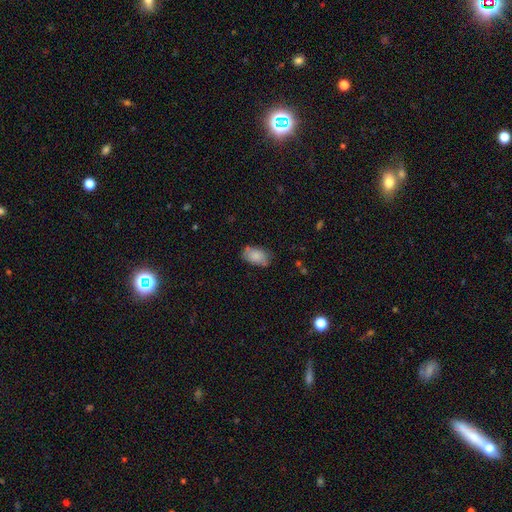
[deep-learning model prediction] Overall: smooth (85%). How rounded: in between (91%). Merging: none (71%).